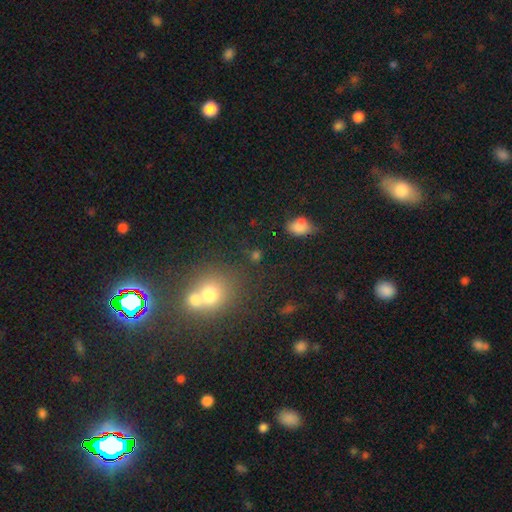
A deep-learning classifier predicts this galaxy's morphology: A smooth galaxy with no disk features (66%) that is round (50%). Merging: none (54%).